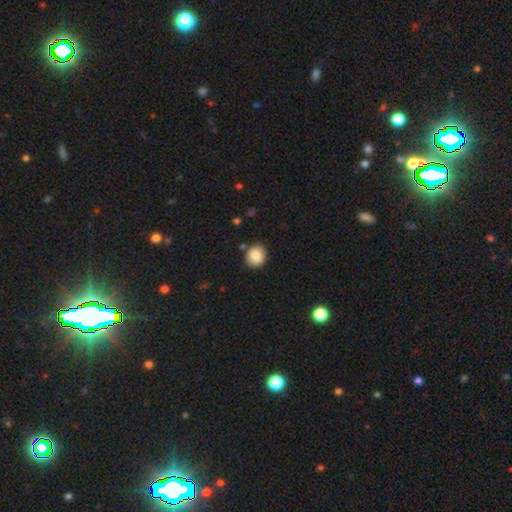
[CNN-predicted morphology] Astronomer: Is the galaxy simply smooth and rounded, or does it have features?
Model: smooth — 87%.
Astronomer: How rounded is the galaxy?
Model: round — 76%.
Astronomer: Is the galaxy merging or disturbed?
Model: none — 84%.